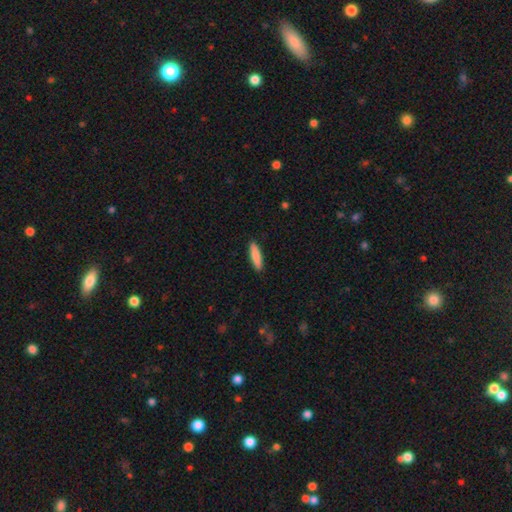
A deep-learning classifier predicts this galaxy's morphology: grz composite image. It shows a smooth galaxy with no disk features (84%) that is cigar-shaped (74%). Merging: none (90%).